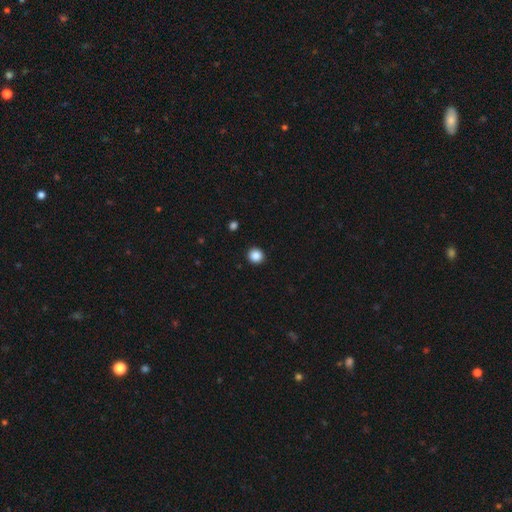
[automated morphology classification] Smooth or featured?
  - smooth: 87% *
  - star or artifact: 11%
  - featured or disk: 3%
How rounded?
  - round: 93% *
  - in between: 6%
  - cigar-shaped: 1%
Merging?
  - none: 93% *
  - minor disturbance: 4%
  - major disturbance: 2%
  - merger: 1%